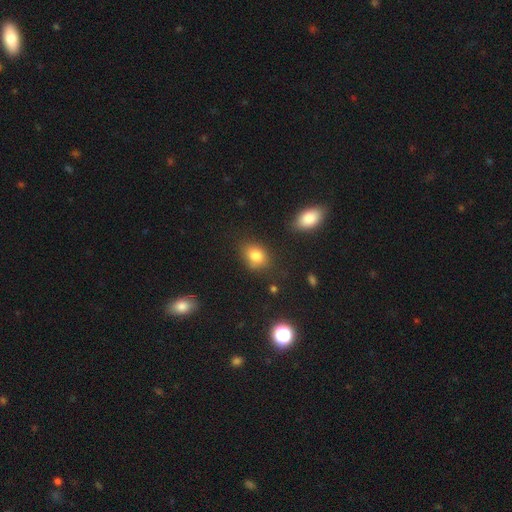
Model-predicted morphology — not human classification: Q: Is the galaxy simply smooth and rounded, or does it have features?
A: smooth — 82%.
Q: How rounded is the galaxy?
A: in between — 62%.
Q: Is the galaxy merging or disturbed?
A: none — 76%.